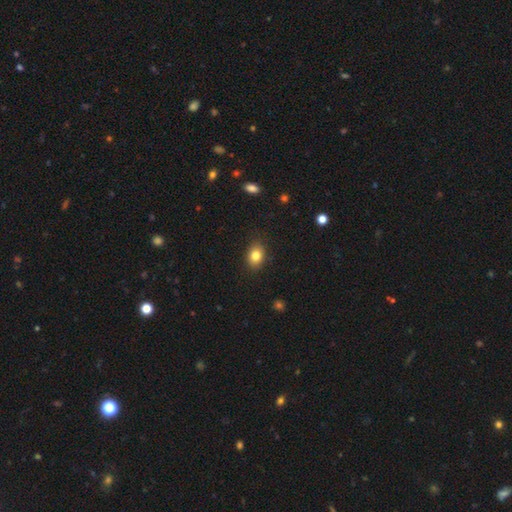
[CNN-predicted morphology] A smooth galaxy with no disk features (82%) that is in between round and cigar-shaped (68%). Merging: none (87%).